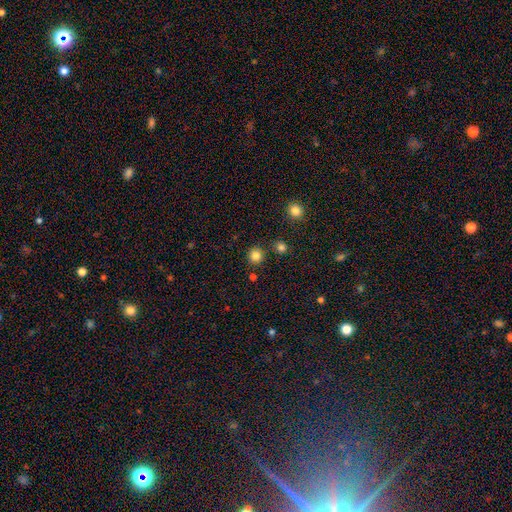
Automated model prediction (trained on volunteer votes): smooth 84%, star or artifact 13%, featured or disk 4%. Down the decision tree: how rounded — round (93%); merging — none (86%).